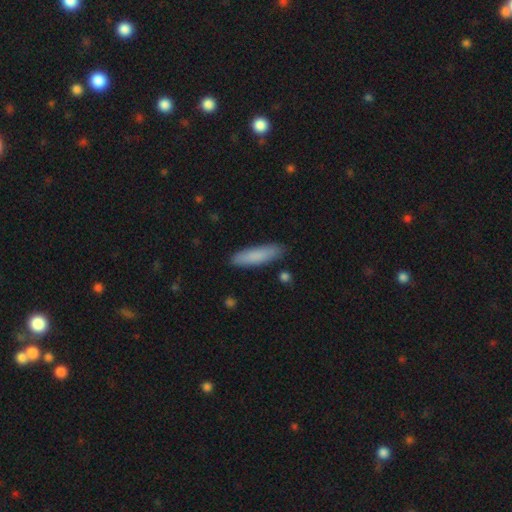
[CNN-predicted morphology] Smooth or featured: smooth — 85% (featured or disk — 9%)
How rounded: cigar-shaped — 73% (in between — 26%)
Merging: none — 87% (minor disturbance — 10%)